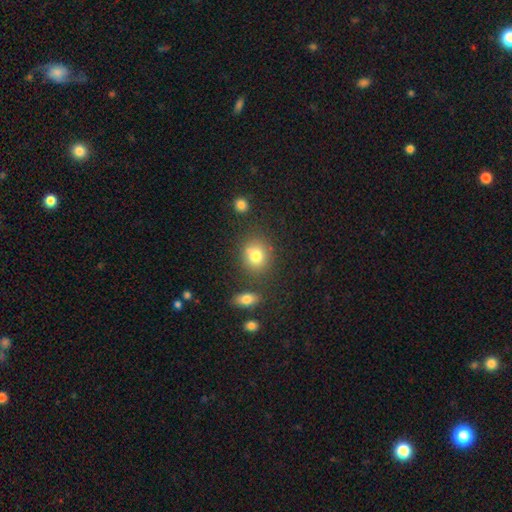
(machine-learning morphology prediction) Smooth or featured? smooth (79%)
How rounded? round (67%)
Merging? none (70%)